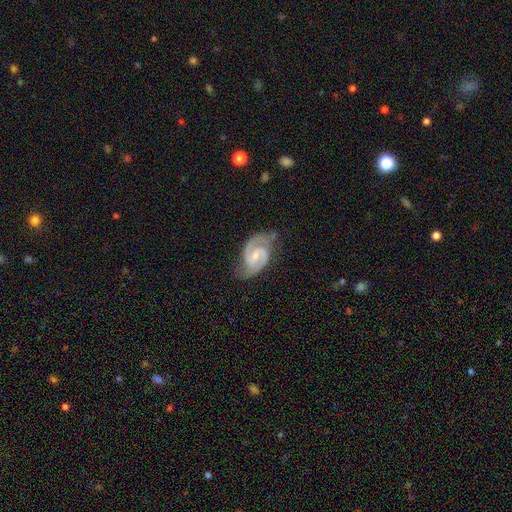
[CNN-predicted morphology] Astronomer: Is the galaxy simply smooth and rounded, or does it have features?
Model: featured or disk — 90%.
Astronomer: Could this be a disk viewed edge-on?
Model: no — 98%.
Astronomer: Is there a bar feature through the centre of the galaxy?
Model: weak — 56%.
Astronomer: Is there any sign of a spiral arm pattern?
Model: yes — 98%.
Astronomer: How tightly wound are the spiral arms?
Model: medium — 57%.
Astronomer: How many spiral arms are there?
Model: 2 — 93%.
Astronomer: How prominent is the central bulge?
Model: small — 55% (runner-up: moderate, 31%).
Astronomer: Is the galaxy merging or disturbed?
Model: none — 72%.